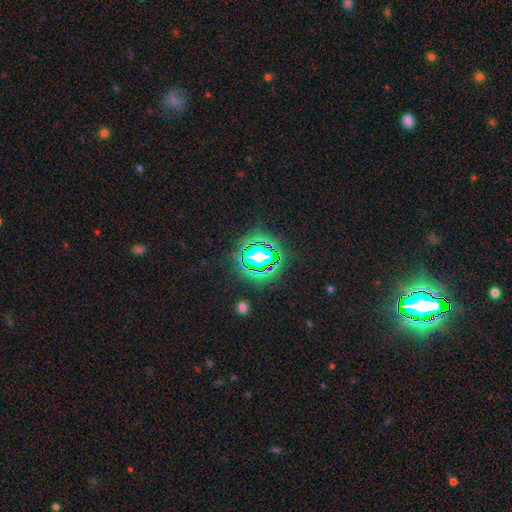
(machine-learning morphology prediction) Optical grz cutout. It shows a star or artifact, not a galaxy (75%).